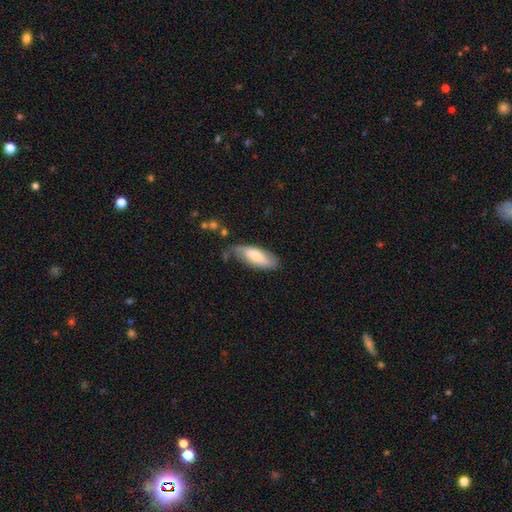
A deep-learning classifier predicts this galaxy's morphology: Smooth or featured? smooth (65%)
How rounded? in between (75%)
Merging? none (57%)